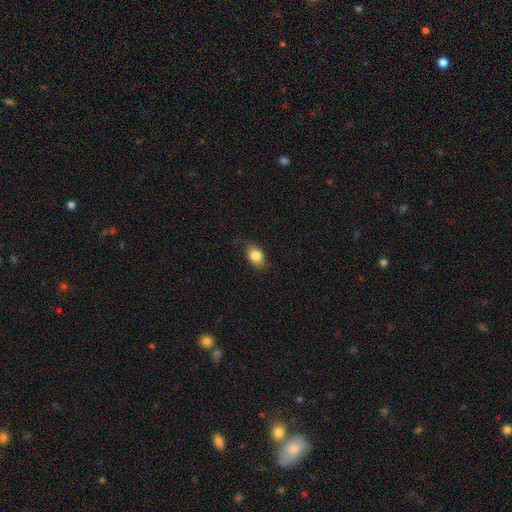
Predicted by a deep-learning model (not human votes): This is clearly a smooth galaxy (83%). How rounded: clearly in between (83%). Merging: clearly none (84%).